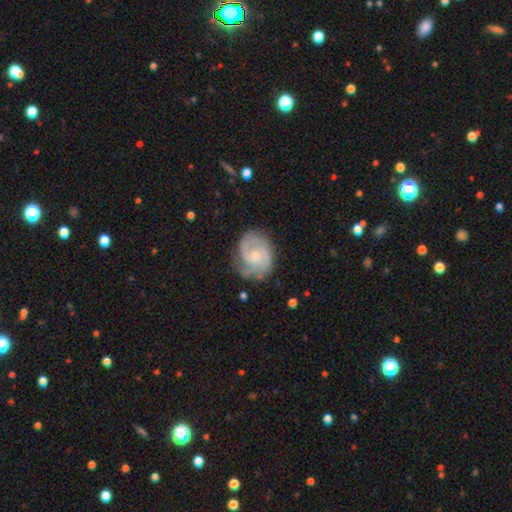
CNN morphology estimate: type=featured or disk (80%); edge-on=no (98%); bar=no (63%); spiral arms=yes (95%); winding=tight (50%); arm count=2 (65%); bulge=small (51%); merging=none (70%).